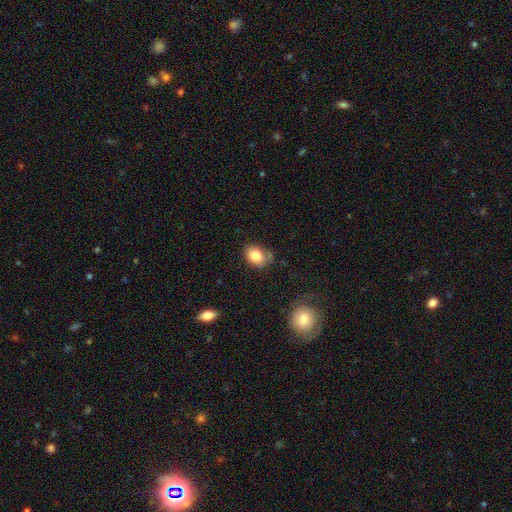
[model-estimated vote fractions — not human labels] The model was most divided on "how rounded": in between: 63%, round: 36%, cigar-shaped: 1%. More confident: smooth or featured — smooth (83%); merging — none (65%).